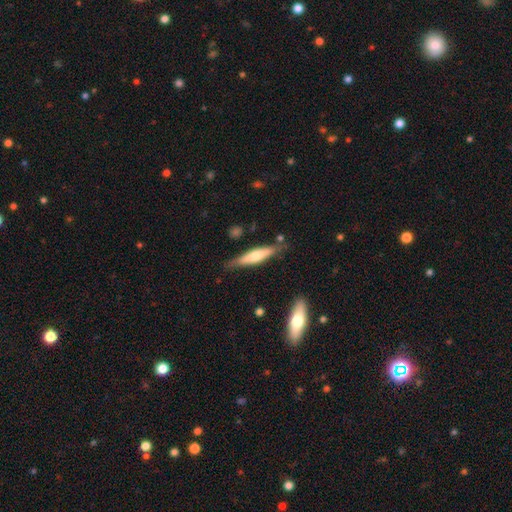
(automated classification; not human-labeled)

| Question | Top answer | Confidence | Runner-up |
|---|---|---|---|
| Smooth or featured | featured or disk | 48% | smooth (46%) |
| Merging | none | 77% | minor disturbance (16%) |